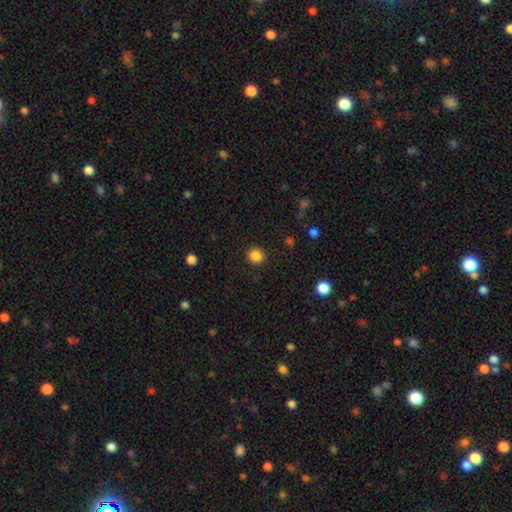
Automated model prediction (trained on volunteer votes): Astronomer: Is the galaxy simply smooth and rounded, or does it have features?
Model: smooth — 86%.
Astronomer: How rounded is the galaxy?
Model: round — 89%.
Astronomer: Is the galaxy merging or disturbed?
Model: none — 91%.